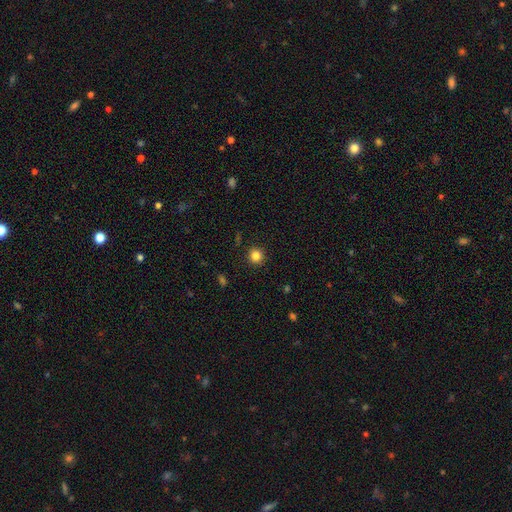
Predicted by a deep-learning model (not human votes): The model was most divided on "smooth or featured": smooth: 84%, star or artifact: 12%, featured or disk: 4%. More confident: how rounded — round (94%); merging — none (92%).